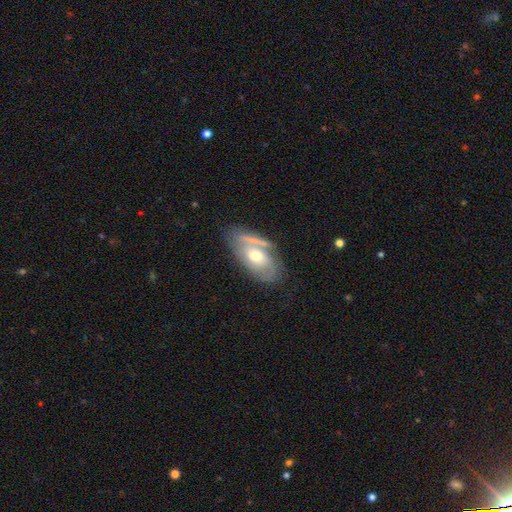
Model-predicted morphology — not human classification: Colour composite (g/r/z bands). It shows a featured or disk galaxy (63%) with no bar (67%), spiral arms (65%) and a moderate central bulge (70%). Merging: none (52%).